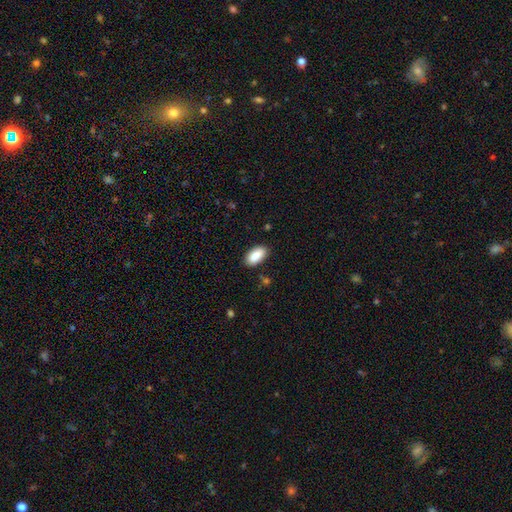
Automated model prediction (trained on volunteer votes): A smooth galaxy with no disk features (88%) that is in between round and cigar-shaped (93%). Merging: none (86%).